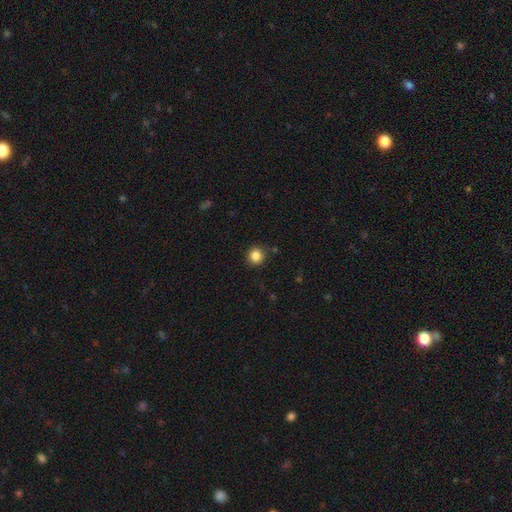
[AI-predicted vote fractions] smooth_or_featured: smooth (p=0.85) [alt: star or artifact p=0.11]
how_rounded: round (p=0.89) [alt: in between p=0.10]
merging: none (p=0.87) [alt: minor disturbance p=0.08]